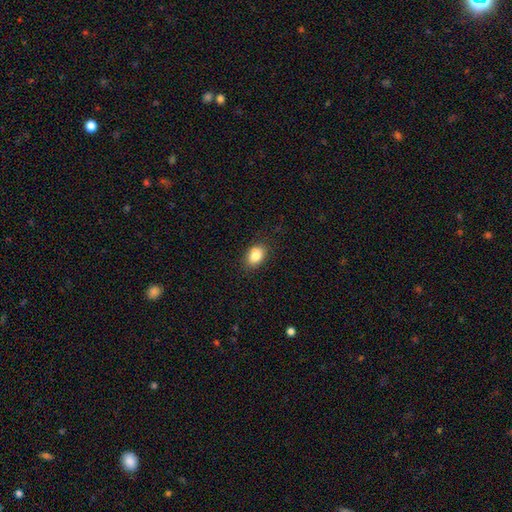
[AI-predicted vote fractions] The model was most divided on "how rounded": in between: 76%, round: 23%, cigar-shaped: 1%. More confident: smooth or featured — smooth (85%); merging — none (84%).